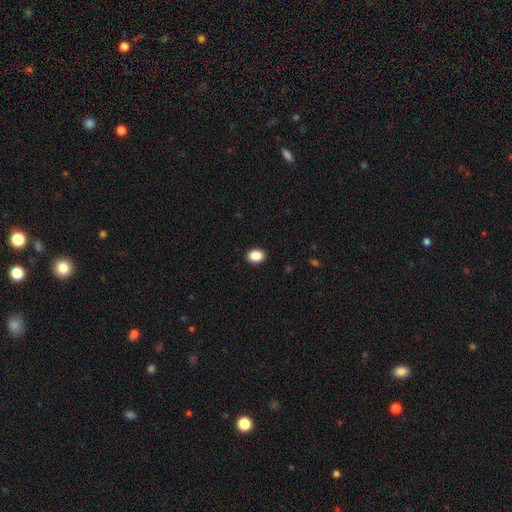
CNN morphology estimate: Smooth or featured: smooth — 89% (star or artifact — 8%)
How rounded: in between — 64% (round — 35%)
Merging: none — 91% (minor disturbance — 6%)